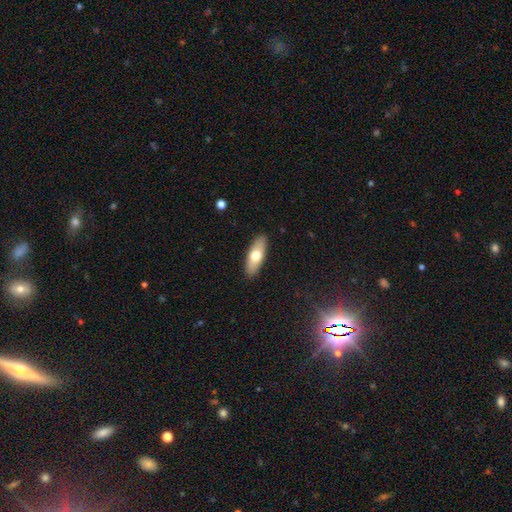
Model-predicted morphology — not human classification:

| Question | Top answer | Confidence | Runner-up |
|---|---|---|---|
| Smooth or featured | smooth | 66% | featured or disk (29%) |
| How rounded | in between | 64% | cigar-shaped (34%) |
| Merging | none | 90% | minor disturbance (7%) |